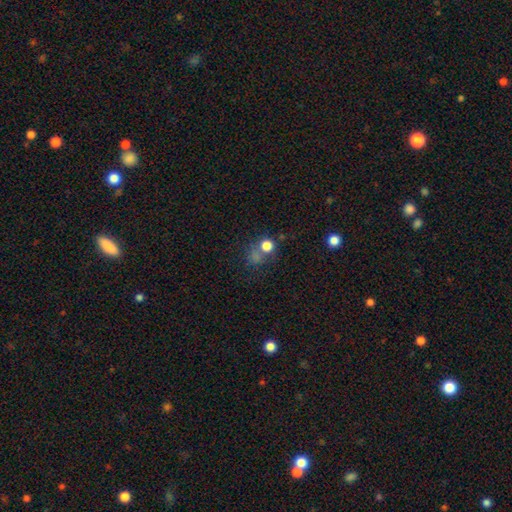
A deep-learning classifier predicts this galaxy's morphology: This appears to be a smooth galaxy with no disk features (54%) that is round (80%). Merging: none (56%).